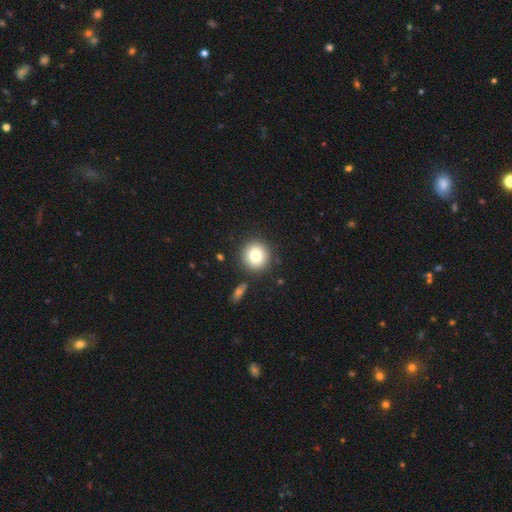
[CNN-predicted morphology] A smooth galaxy with no disk features (80%) that is round (93%).

Vote fractions:
- Smooth or featured? smooth: 80% / star or artifact: 10% / featured or disk: 9%
- How rounded? round: 93% / in between: 6% / cigar-shaped: 1%
- Merging? none: 87% / minor disturbance: 7% / merger: 4% / major disturbance: 2%